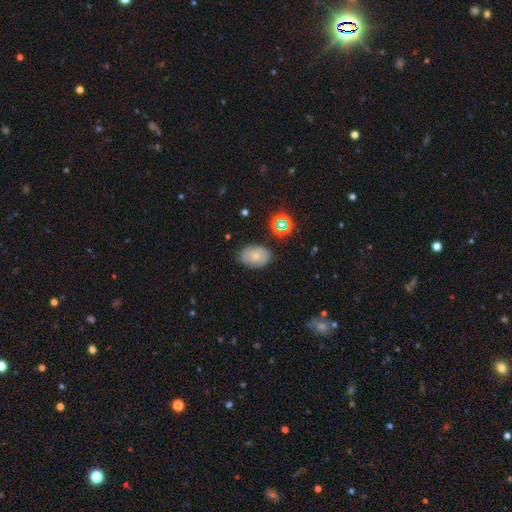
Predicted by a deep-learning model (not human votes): smooth 68%, featured or disk 20%, star or artifact 12%. Down the decision tree: how rounded — in between (79%); merging — none (75%).